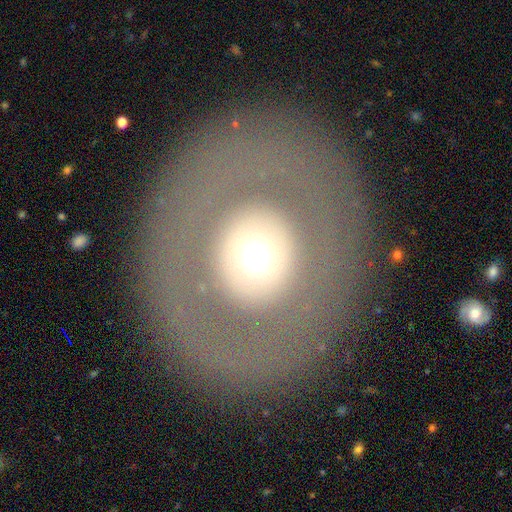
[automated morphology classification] Smooth or featured? Predicted: smooth (p=0.47). Merging? Predicted: none (p=0.73).